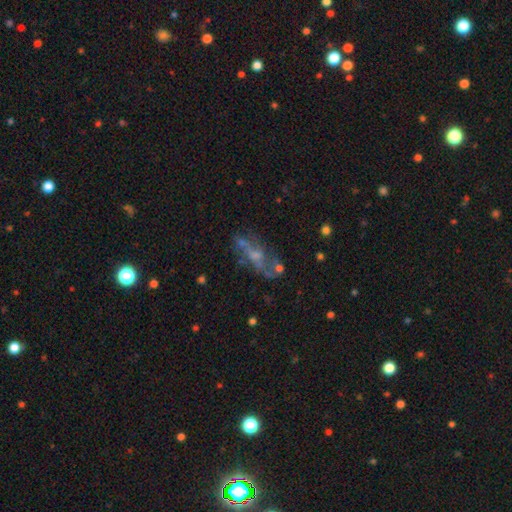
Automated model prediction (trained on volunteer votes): Smooth or featured? Predicted: featured or disk (p=0.59). Edge-on disk? Predicted: no (p=0.83). Merging? Predicted: none (p=0.46).